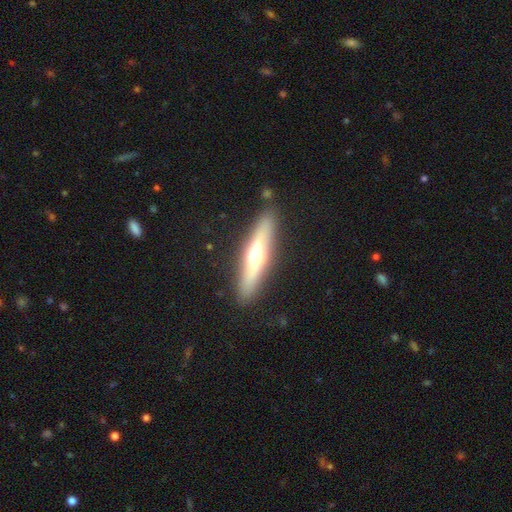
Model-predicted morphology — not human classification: smooth_or_featured: featured or disk (p=0.52) [alt: smooth p=0.41]
disk_edge_on: yes (p=0.84) [alt: no p=0.16]
merging: none (p=0.88) [alt: minor disturbance p=0.08]